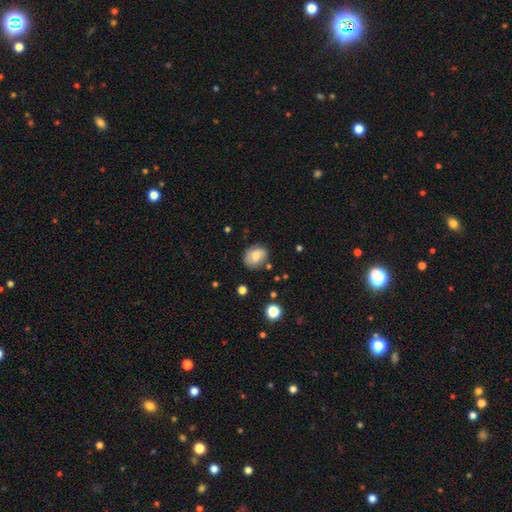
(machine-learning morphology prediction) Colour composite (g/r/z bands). It shows a smooth galaxy with no disk features (70%) that is round (50%). Merging: none (72%).